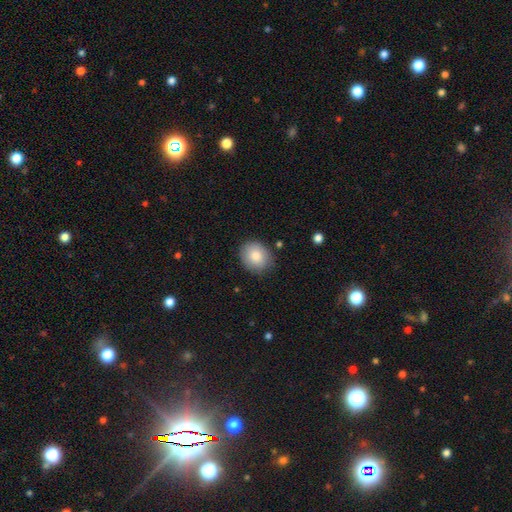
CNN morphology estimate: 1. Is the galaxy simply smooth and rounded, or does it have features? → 83% smooth, 9% featured or disk, 8% star or artifact.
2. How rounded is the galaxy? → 69% round, 30% in between, 1% cigar-shaped.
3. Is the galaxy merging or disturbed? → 84% none, 12% minor disturbance, 3% major disturbance, 2% merger.